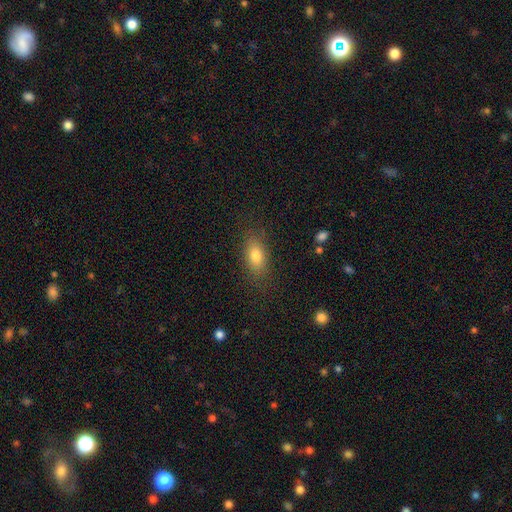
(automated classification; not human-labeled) smooth_or_featured: smooth (p=0.79) [alt: featured or disk p=0.12]
how_rounded: in between (p=0.83) [alt: cigar-shaped p=0.10]
merging: none (p=0.82) [alt: minor disturbance p=0.12]